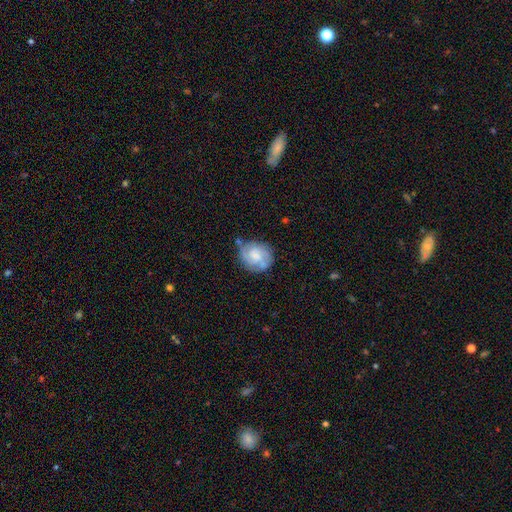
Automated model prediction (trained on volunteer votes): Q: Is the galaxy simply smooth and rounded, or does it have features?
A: featured or disk — 61%.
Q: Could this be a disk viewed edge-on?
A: no — 98%.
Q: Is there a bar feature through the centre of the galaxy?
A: no — 51%.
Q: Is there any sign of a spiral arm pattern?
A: yes — 86%.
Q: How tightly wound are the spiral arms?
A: tight — 47%.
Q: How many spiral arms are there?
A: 2 — 59%.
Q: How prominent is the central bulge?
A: moderate — 36%.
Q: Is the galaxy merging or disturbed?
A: none — 59%.